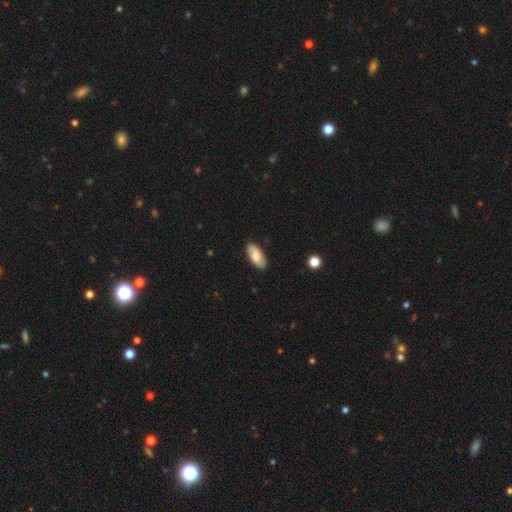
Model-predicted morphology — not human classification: Smooth or featured: smooth — 70% (featured or disk — 24%)
How rounded: in between — 89% (cigar-shaped — 9%)
Merging: none — 87% (minor disturbance — 10%)